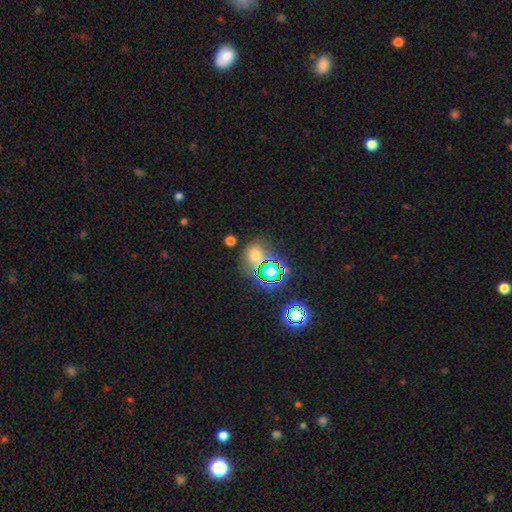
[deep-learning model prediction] smooth_or_featured: smooth (p=0.49) [alt: star or artifact p=0.42]
merging: none (p=0.64) [alt: merger p=0.14]